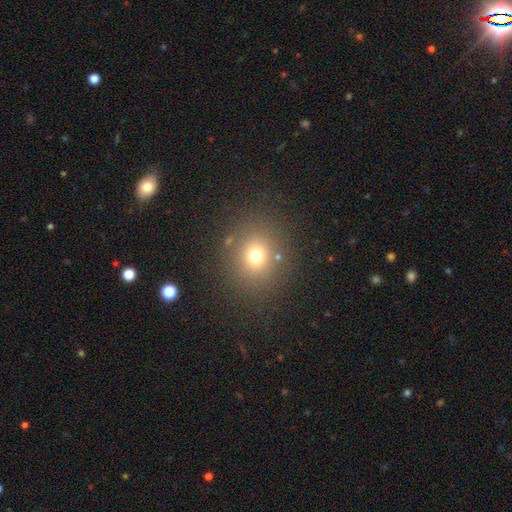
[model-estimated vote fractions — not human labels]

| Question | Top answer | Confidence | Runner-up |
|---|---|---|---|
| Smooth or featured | smooth | 69% | star or artifact (20%) |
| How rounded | round | 82% | in between (17%) |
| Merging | none | 83% | minor disturbance (9%) |